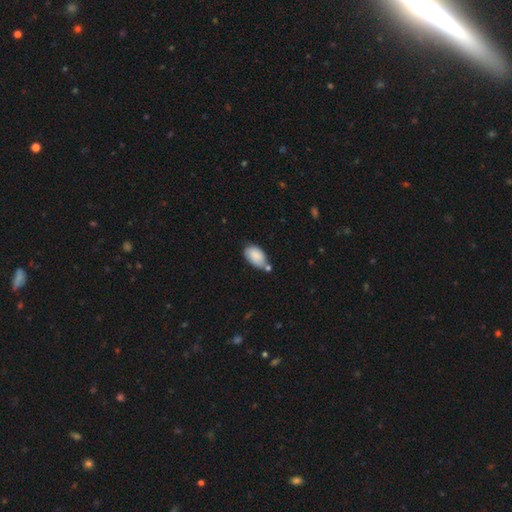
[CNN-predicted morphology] This is clearly a smooth galaxy (84%). How rounded: clearly in between (94%). Merging: possibly none (50%).